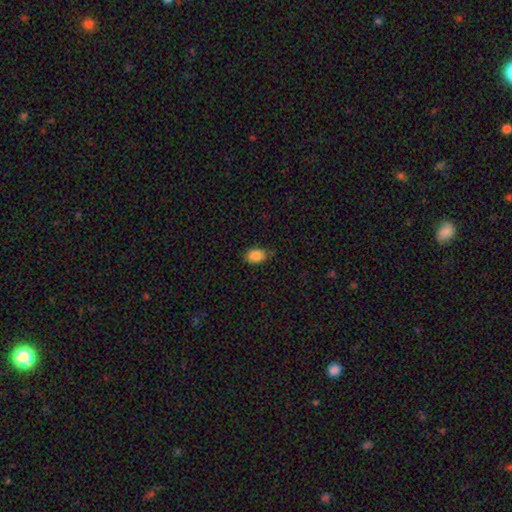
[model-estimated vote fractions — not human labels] Smooth or featured? smooth (86%)
How rounded? in between (73%)
Merging? none (75%)